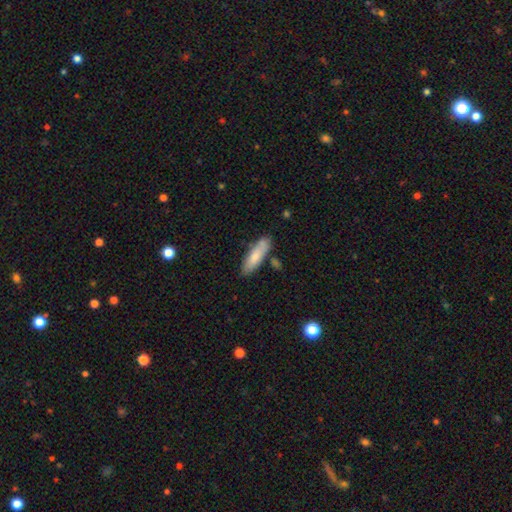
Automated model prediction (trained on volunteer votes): smooth_or_featured: smooth (p=0.75) [alt: featured or disk p=0.19]
how_rounded: cigar-shaped (p=0.57) [alt: in between p=0.41]
merging: none (p=0.76) [alt: minor disturbance p=0.16]